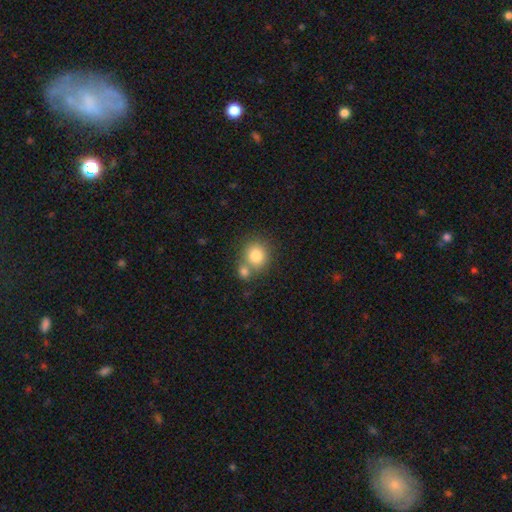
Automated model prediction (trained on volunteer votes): Smooth or featured?
  - smooth: 81% *
  - star or artifact: 10%
  - featured or disk: 9%
How rounded?
  - round: 81% *
  - in between: 18%
  - cigar-shaped: 1%
Merging?
  - none: 51% *
  - merger: 36%
  - minor disturbance: 9%
  - major disturbance: 3%